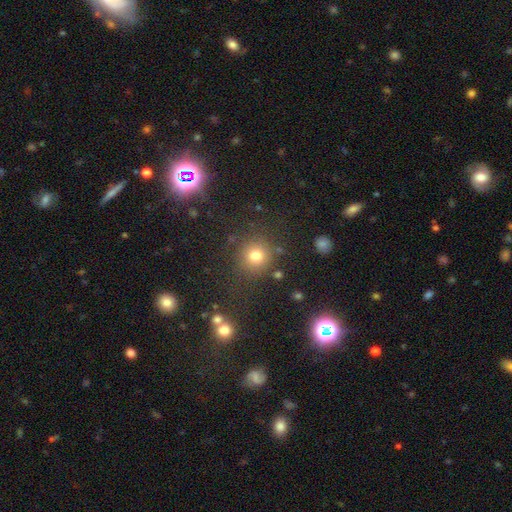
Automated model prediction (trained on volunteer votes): smooth-or-featured: smooth: 76% | star or artifact: 17% | featured or disk: 8%
  how-rounded: round: 91% | in between: 8% | cigar-shaped: 1%
  merging: none: 82% | minor disturbance: 9% | major disturbance: 5% | merger: 4%